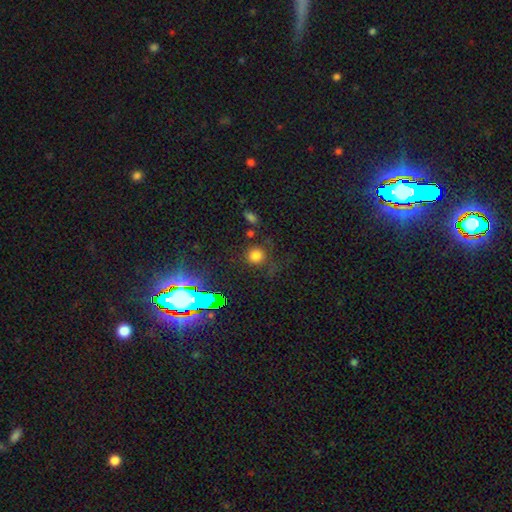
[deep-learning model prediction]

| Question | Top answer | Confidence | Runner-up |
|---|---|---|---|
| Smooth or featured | smooth | 73% | star or artifact (20%) |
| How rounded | round | 91% | in between (8%) |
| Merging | none | 76% | minor disturbance (12%) |